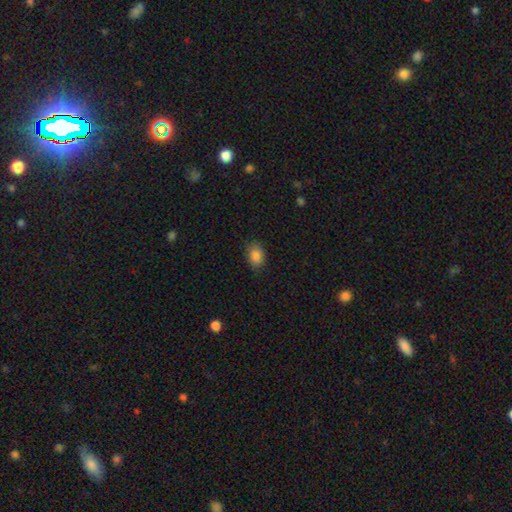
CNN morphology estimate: The model was most divided on "how rounded": in between: 74%, round: 24%, cigar-shaped: 1%. More confident: smooth or featured — smooth (86%); merging — none (83%).